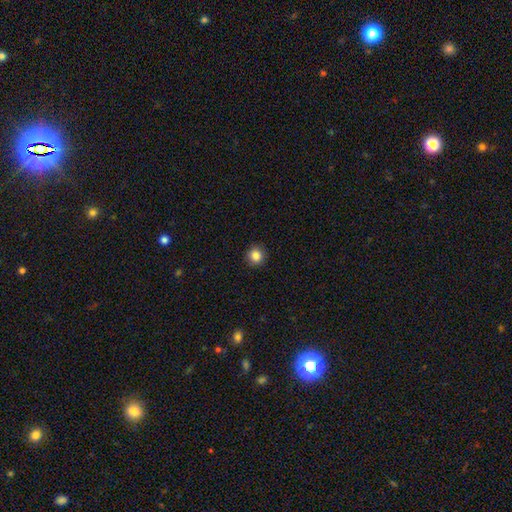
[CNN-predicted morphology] This is clearly a smooth galaxy (85%). How rounded: clearly round (91%). Merging: clearly none (92%).